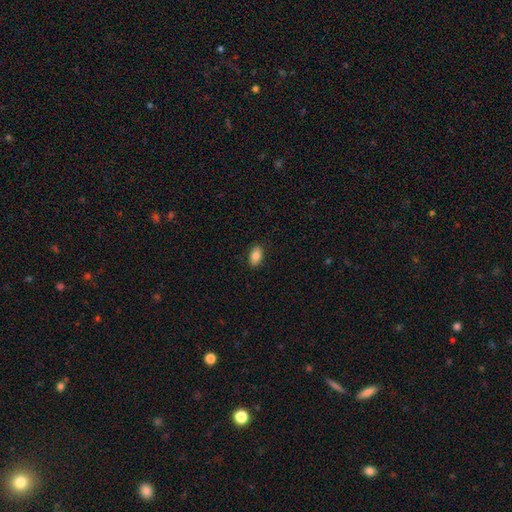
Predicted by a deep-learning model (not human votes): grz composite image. It shows a smooth galaxy with no disk features (84%) that is in between round and cigar-shaped (91%). Merging: none (89%).